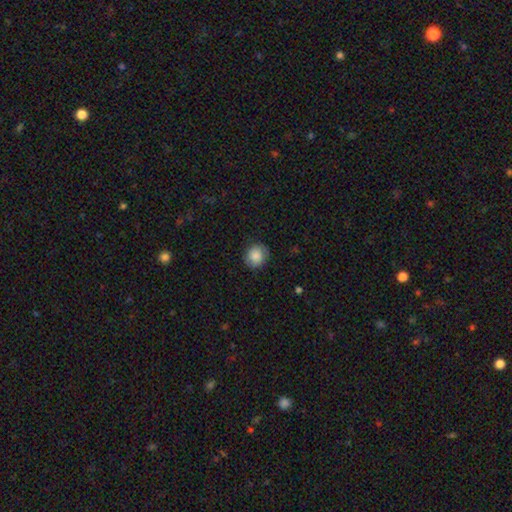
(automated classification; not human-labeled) This is clearly a smooth galaxy (84%). How rounded: clearly round (82%). Merging: clearly none (84%).